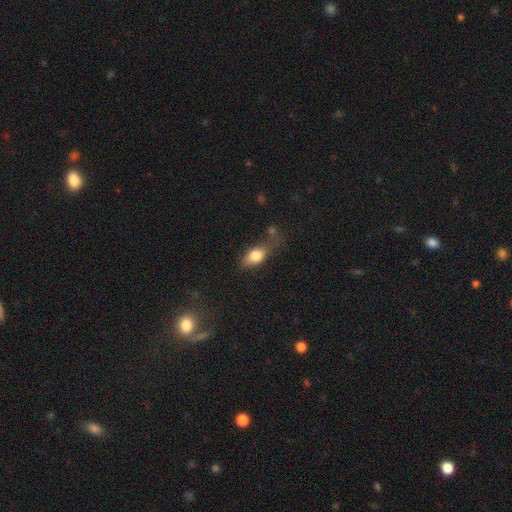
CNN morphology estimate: smooth_or_featured: smooth (p=0.78) [alt: featured or disk p=0.14]
how_rounded: in between (p=0.81) [alt: round p=0.12]
merging: none (p=0.46) [alt: minor disturbance p=0.29]